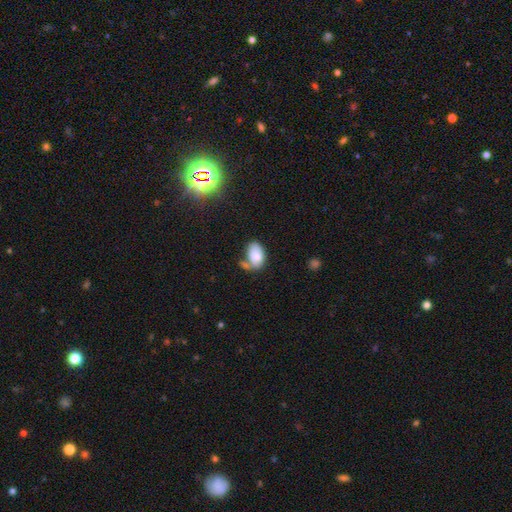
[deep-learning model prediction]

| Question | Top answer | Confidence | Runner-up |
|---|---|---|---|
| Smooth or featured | smooth | 78% | featured or disk (14%) |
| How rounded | in between | 91% | round (8%) |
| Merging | none | 36% | merger (28%) |